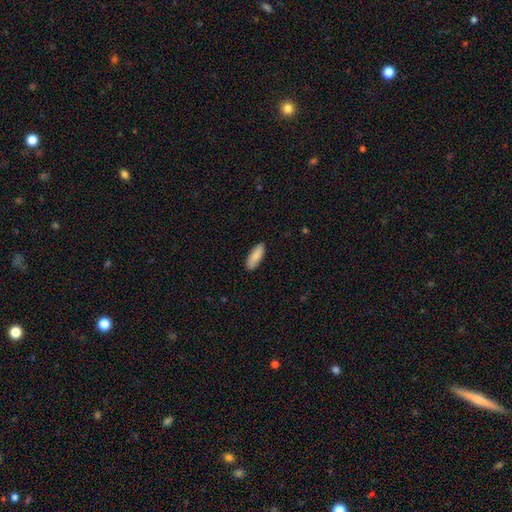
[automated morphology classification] The model was most divided on "how rounded": in between: 65%, cigar-shaped: 33%, round: 2%. More confident: merging — none (89%); smooth or featured — smooth (86%).